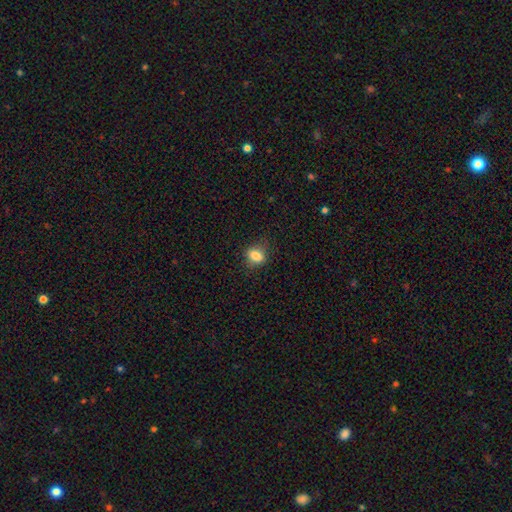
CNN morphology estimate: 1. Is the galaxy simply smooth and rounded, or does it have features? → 81% smooth, 10% star or artifact, 8% featured or disk.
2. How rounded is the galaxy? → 63% in between, 34% round, 3% cigar-shaped.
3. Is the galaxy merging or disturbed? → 79% none, 16% minor disturbance, 4% major disturbance, 1% merger.